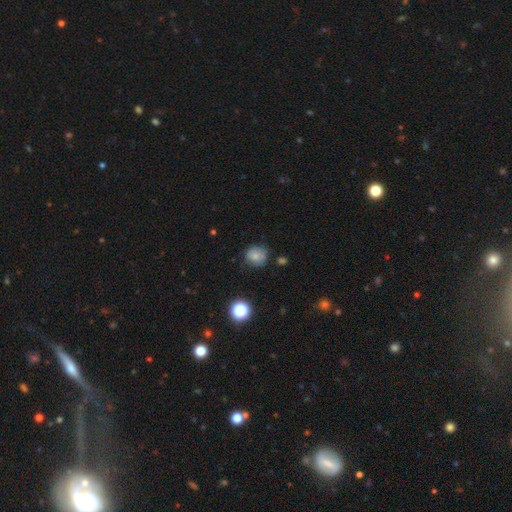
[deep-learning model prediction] Morphology: type=smooth (76%); roundness=round (82%); merging=none (70%).